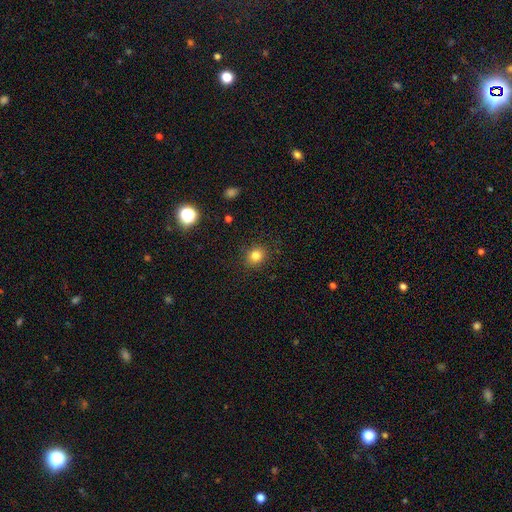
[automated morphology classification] A smooth galaxy with no disk features (82%) that is round (77%).

Vote fractions:
- Smooth or featured? smooth: 82% / star or artifact: 13% / featured or disk: 6%
- How rounded? round: 77% / in between: 23% / cigar-shaped: 1%
- Merging? none: 89% / minor disturbance: 8% / major disturbance: 2% / merger: 1%